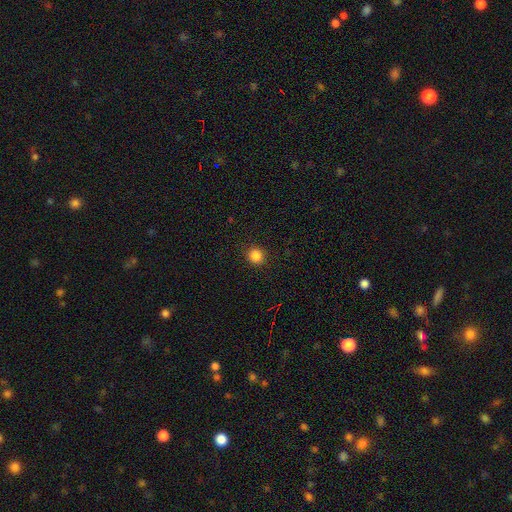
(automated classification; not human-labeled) The model was most divided on "smooth or featured": smooth: 85%, star or artifact: 12%, featured or disk: 3%. More confident: how rounded — round (91%); merging — none (91%).